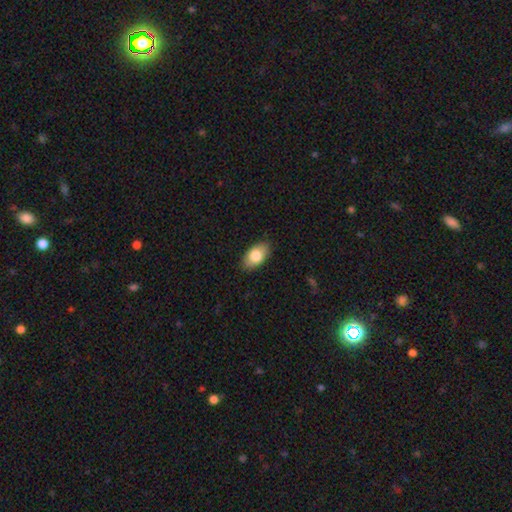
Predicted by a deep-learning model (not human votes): A smooth galaxy with no disk features (81%) that is in between round and cigar-shaped (93%).

Vote fractions:
- Smooth or featured? smooth: 81% / featured or disk: 13% / star or artifact: 6%
- How rounded? in between: 93% / round: 5% / cigar-shaped: 2%
- Merging? none: 86% / minor disturbance: 11% / major disturbance: 2% / merger: 1%